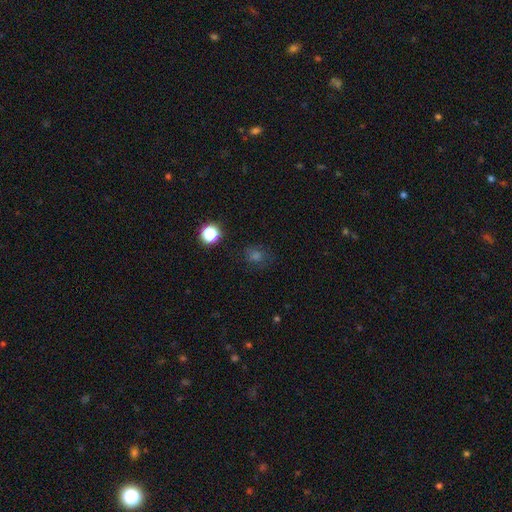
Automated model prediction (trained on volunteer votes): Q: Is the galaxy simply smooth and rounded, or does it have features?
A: smooth — 59%.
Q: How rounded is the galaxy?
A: round — 73%.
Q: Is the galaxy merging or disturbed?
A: none — 80%.